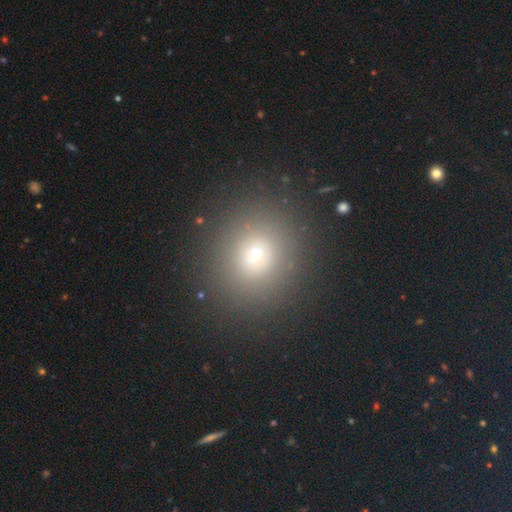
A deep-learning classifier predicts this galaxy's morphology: smooth-or-featured: smooth: 68% | star or artifact: 19% | featured or disk: 13%
  how-rounded: round: 81% | in between: 18% | cigar-shaped: 1%
  merging: none: 85% | minor disturbance: 9% | major disturbance: 4% | merger: 2%